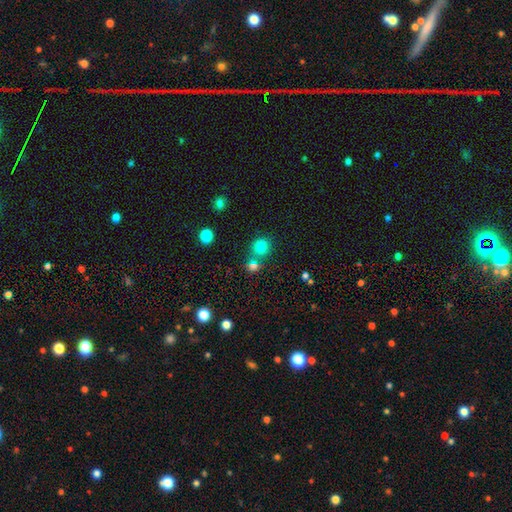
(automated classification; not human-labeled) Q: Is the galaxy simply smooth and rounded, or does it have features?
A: smooth — 72%.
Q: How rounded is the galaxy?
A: round — 88%.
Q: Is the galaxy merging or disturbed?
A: none — 68%.